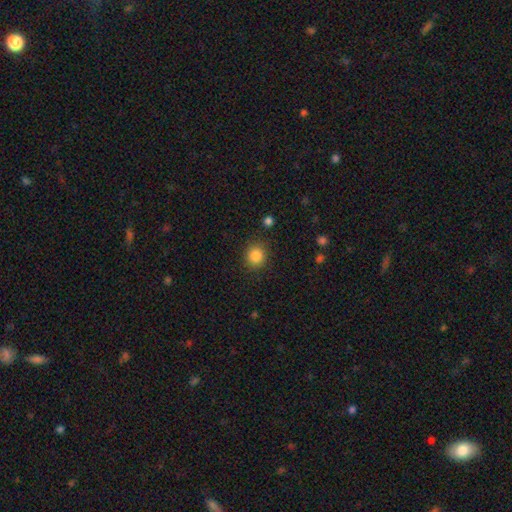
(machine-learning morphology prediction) Overall: smooth (85%). How rounded: round (85%). Merging: none (87%).